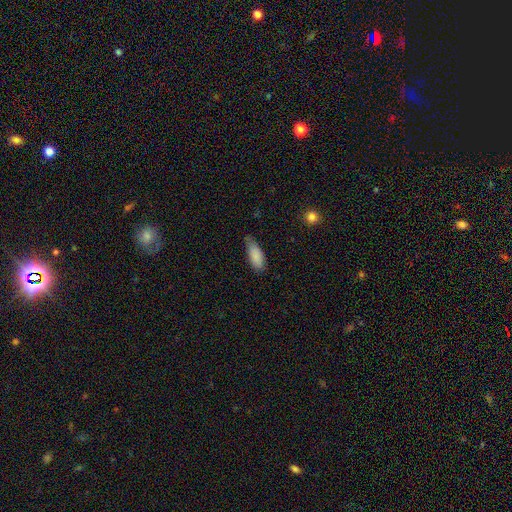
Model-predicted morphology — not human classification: This is clearly a smooth galaxy (87%). How rounded: likely in between (78%). Merging: possibly none (54%).